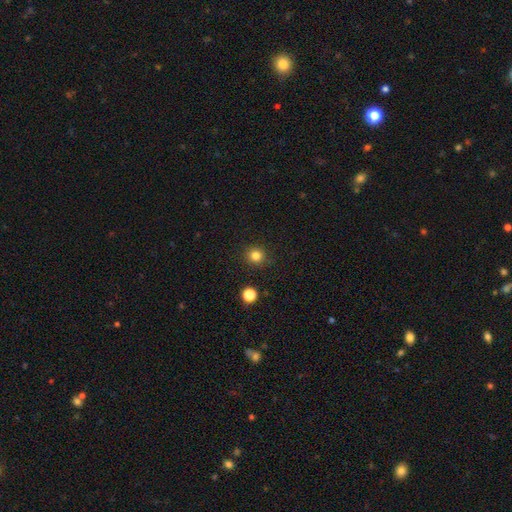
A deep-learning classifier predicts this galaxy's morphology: Q: Smooth or featured?
A: smooth (83%); runner-up: star or artifact (13%)
Q: How rounded?
A: round (93%); runner-up: in between (6%)
Q: Merging?
A: none (91%); runner-up: minor disturbance (6%)